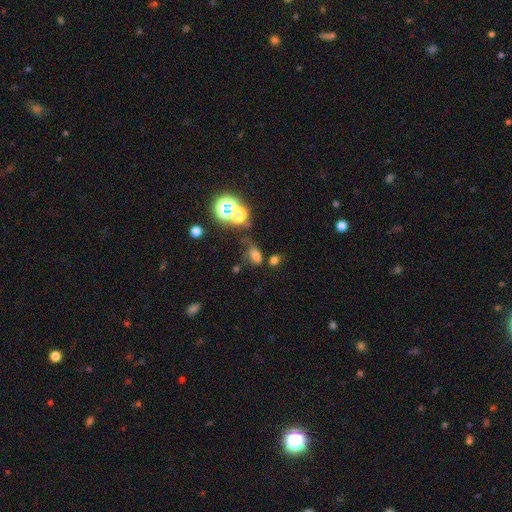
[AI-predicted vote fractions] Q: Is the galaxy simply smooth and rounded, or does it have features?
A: smooth — 60%.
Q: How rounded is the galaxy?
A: in between — 80%.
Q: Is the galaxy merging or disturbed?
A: none — 42%.